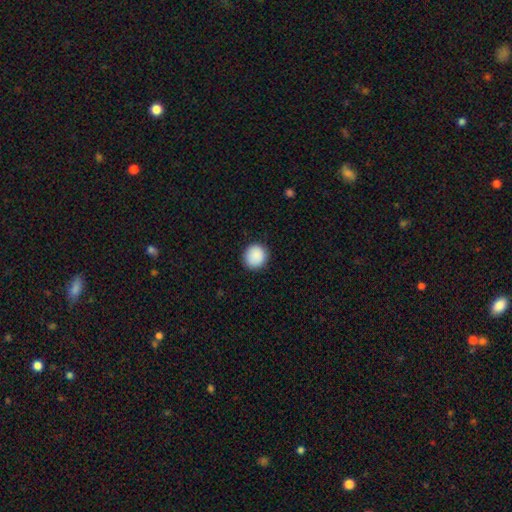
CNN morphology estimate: Smooth or featured?
  - smooth: 90% *
  - star or artifact: 7%
  - featured or disk: 3%
How rounded?
  - round: 92% *
  - in between: 7%
  - cigar-shaped: 1%
Merging?
  - none: 91% *
  - minor disturbance: 7%
  - major disturbance: 2%
  - merger: 1%